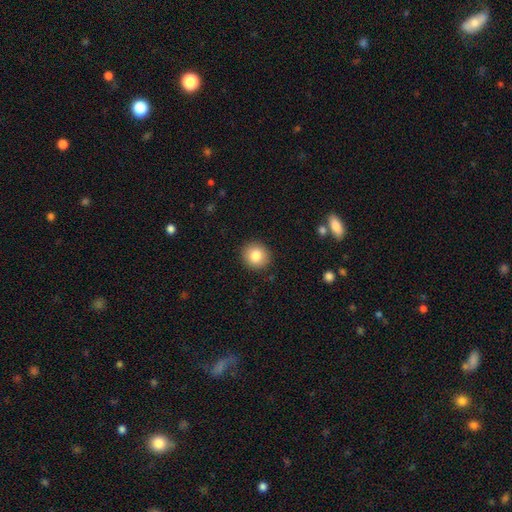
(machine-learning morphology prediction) A smooth galaxy with no disk features (82%) that is round (90%). Merging: none (91%).